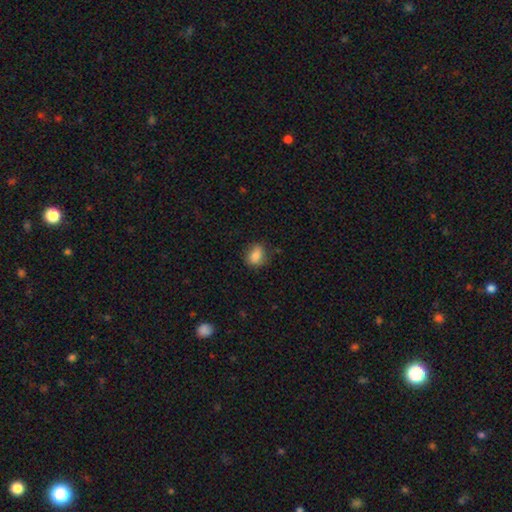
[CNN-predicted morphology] Overall: smooth (82%). How rounded: in between (56%; round 43%). Merging: none (76%).